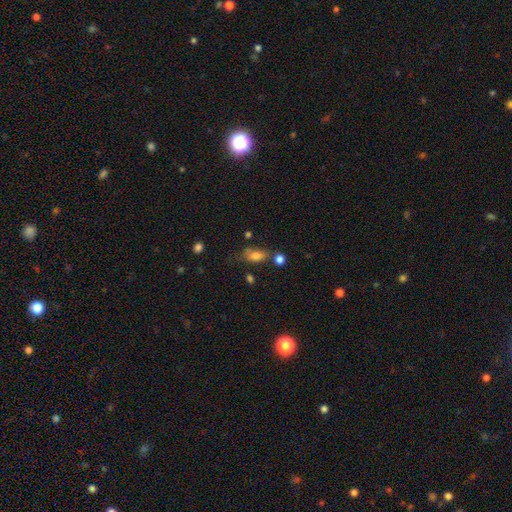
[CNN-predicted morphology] This appears to be a smooth galaxy with no disk features (77%) that is in between round and cigar-shaped (84%). Merging: none (53%).